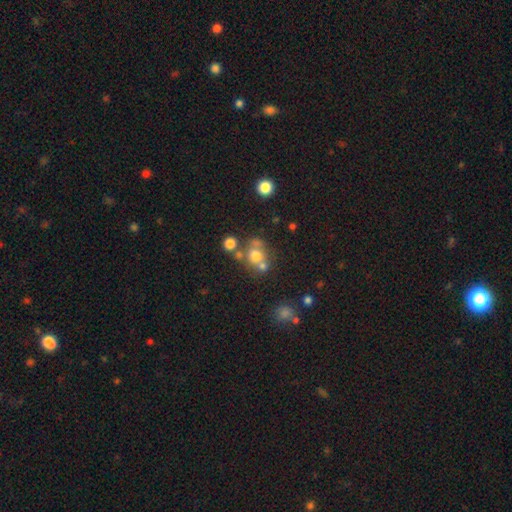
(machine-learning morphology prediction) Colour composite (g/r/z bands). It shows a smooth galaxy with no disk features (64%) that is round (80%). Merging: none (50%).